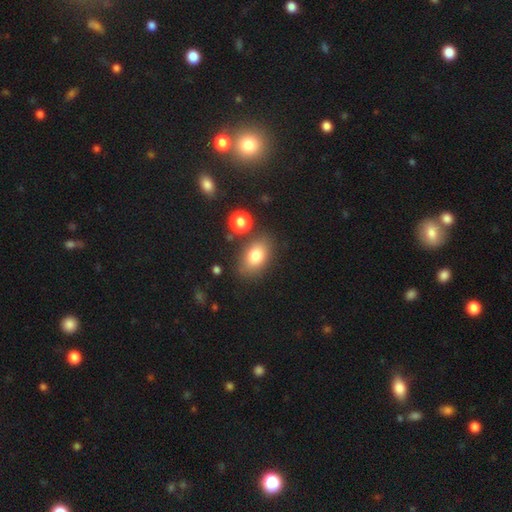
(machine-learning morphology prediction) smooth 80%, featured or disk 11%, star or artifact 9%. Down the decision tree: how rounded — in between (84%); merging — none (78%).